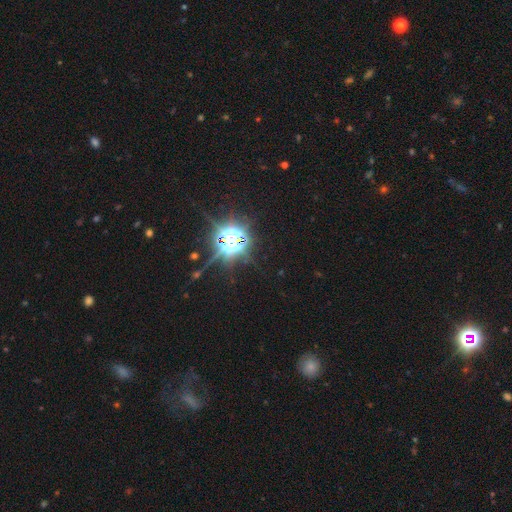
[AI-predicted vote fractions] Smooth or featured? star or artifact (84%)